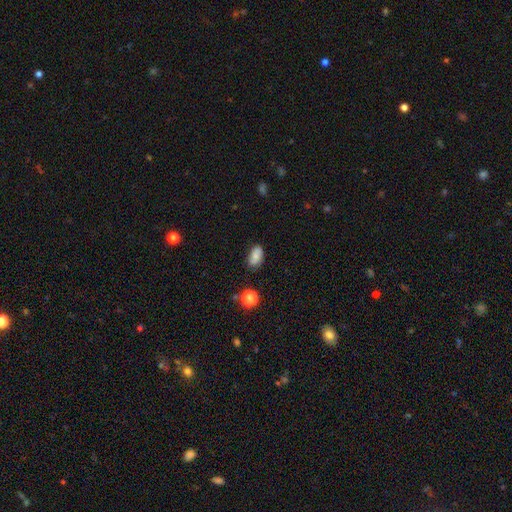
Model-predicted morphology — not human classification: This appears to be a smooth galaxy with no disk features (73%) that is in between round and cigar-shaped (89%). Merging: none (69%).